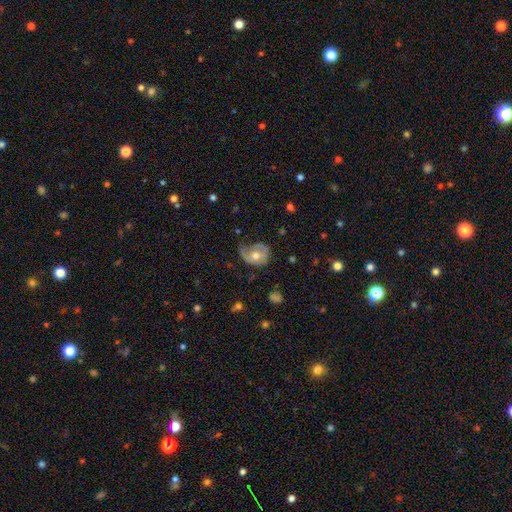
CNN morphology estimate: This appears to be a featured or disk galaxy (54%) with no bar (77%), spiral arms (63%) and a moderate central bulge (73%). Merging: none (36%).